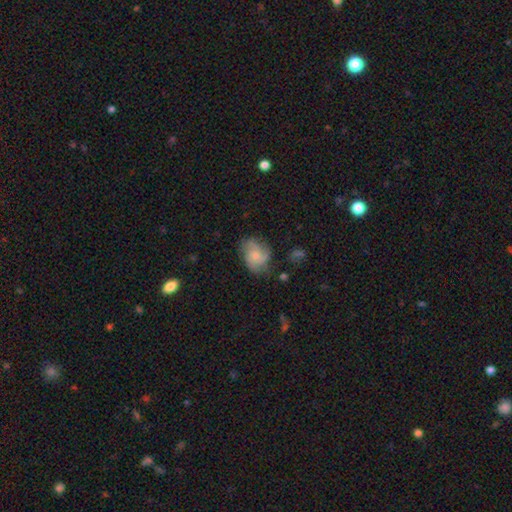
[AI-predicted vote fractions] Q: Smooth or featured?
A: featured or disk (58%); runner-up: smooth (34%)
Q: Edge-on disk?
A: no (98%); runner-up: yes (2%)
Q: Bar?
A: no (75%); runner-up: weak (22%)
Q: Spiral arms?
A: yes (88%); runner-up: no (12%)
Q: Bulge size?
A: small (50%); runner-up: moderate (38%)
Q: Merging?
A: none (62%); runner-up: minor disturbance (24%)